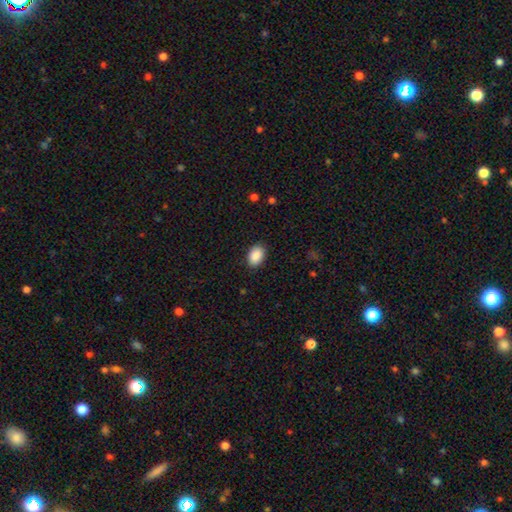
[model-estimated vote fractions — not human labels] Smooth or featured?
  - smooth: 90% *
  - star or artifact: 7%
  - featured or disk: 3%
How rounded?
  - in between: 87% *
  - round: 12%
  - cigar-shaped: 1%
Merging?
  - none: 88% *
  - minor disturbance: 9%
  - major disturbance: 2%
  - merger: 1%